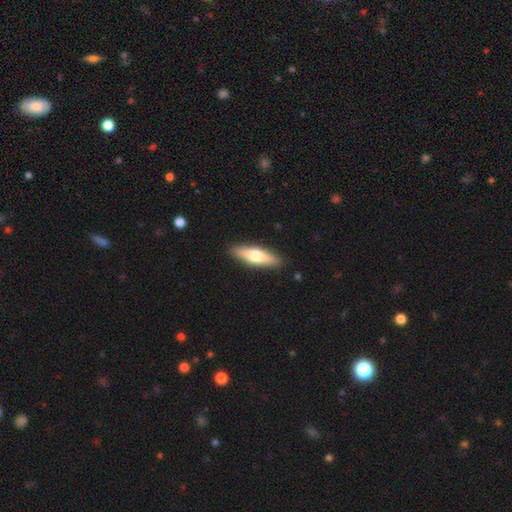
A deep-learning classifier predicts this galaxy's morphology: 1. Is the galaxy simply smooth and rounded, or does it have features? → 59% smooth, 36% featured or disk, 5% star or artifact.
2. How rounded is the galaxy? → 61% cigar-shaped, 37% in between, 2% round.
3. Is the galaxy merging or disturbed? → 90% none, 8% minor disturbance, 2% major disturbance, 1% merger.